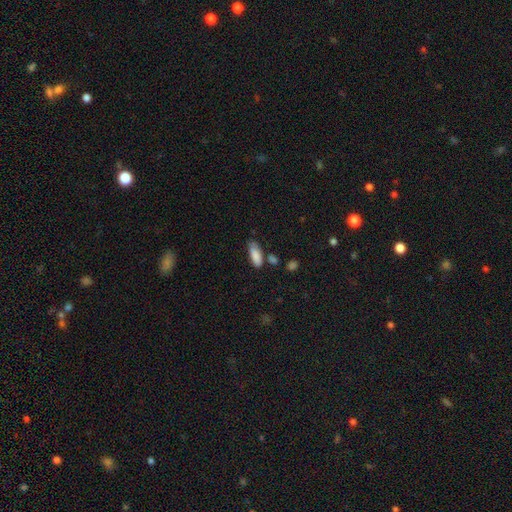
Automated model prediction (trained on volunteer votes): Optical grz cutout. It shows a smooth galaxy with no disk features (86%) that is in between round and cigar-shaped (71%). Merging: none (64%).